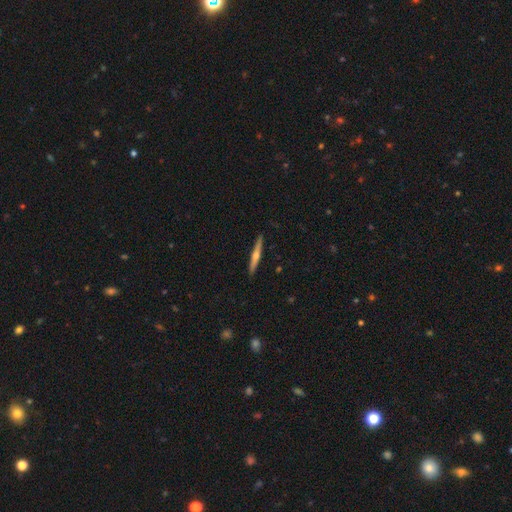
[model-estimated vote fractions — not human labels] A featured or disk galaxy (66%) viewed edge-on (98%) with a rounded central bulge (86%). Merging: none (91%).